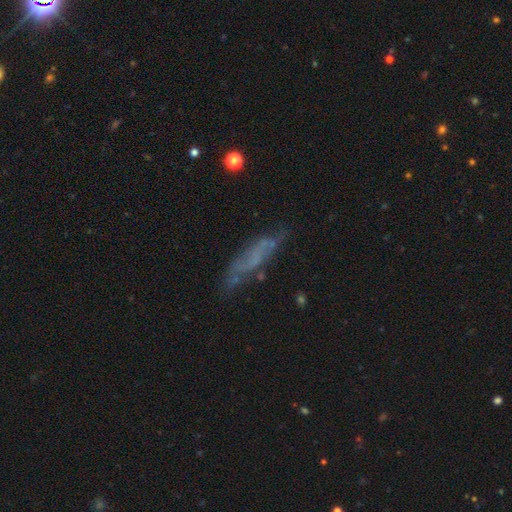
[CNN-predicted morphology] This appears to be a featured or disk galaxy (48%). Merging: none (56%).